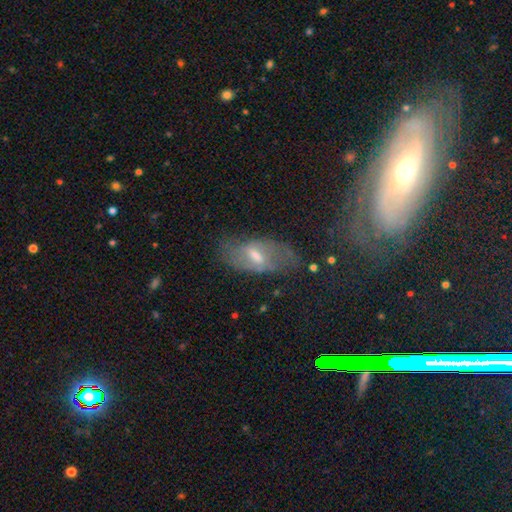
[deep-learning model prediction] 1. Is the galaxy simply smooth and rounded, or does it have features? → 54% featured or disk, 36% smooth, 11% star or artifact.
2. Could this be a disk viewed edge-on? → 84% no, 16% yes.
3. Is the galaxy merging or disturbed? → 62% none, 24% minor disturbance, 12% major disturbance, 3% merger.